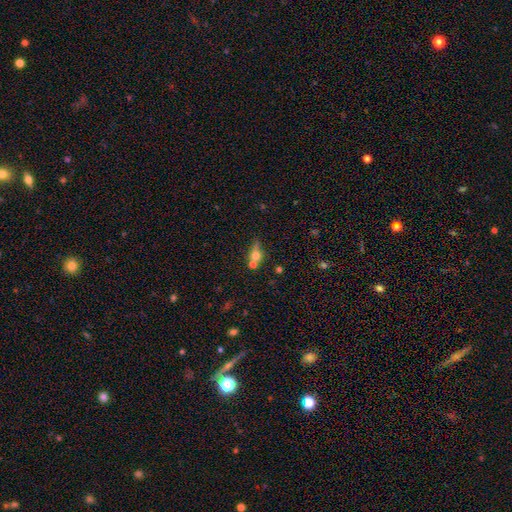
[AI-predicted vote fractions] Q: Smooth or featured?
A: smooth (60%); runner-up: featured or disk (25%)
Q: How rounded?
A: round (52%); runner-up: in between (36%)
Q: Merging?
A: merger (41%); runner-up: none (39%)